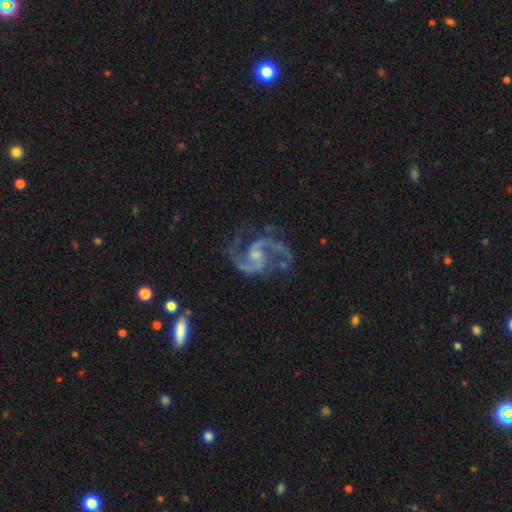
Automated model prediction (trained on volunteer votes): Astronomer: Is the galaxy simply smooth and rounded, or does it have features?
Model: featured or disk — 92%.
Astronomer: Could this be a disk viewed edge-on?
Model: no — 98%.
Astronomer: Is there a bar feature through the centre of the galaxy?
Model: weak — 45%, tied with no at 45%.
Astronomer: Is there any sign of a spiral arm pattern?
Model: yes — 98%.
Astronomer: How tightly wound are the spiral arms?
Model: medium — 59%.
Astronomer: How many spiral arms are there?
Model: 2 — 90%.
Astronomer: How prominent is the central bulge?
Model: small — 48% (runner-up: moderate, 29%).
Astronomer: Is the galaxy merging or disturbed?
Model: none — 67%.